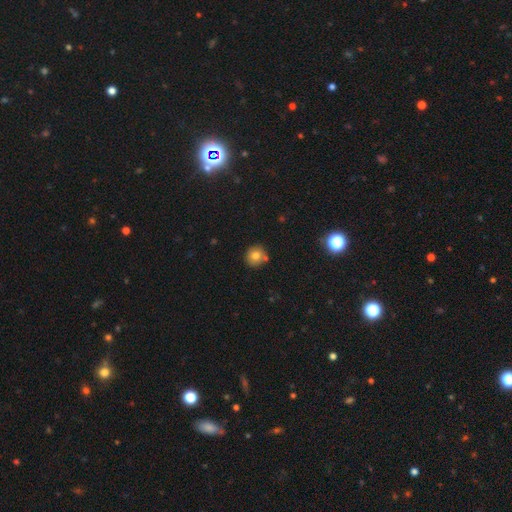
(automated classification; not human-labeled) Morphology: type=smooth (76%); roundness=round (90%); merging=none (70%).